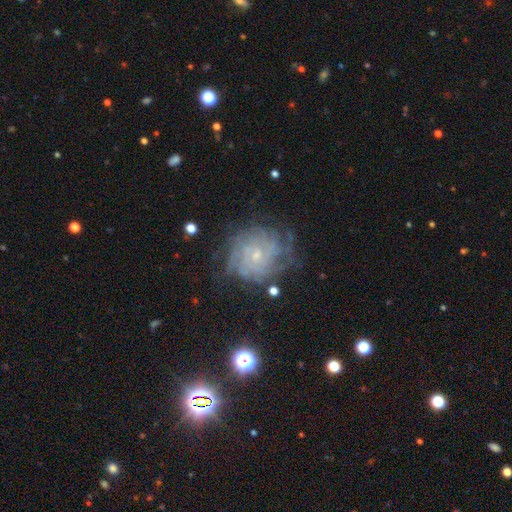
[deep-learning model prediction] Smooth or featured? featured or disk (79%)
Edge-on disk? no (97%)
Bar? no (72%)
Spiral arms? yes (93%)
Spiral winding? tight (73%)
Spiral arm count? can't tell (44%)
Bulge size? small (75%)
Merging? none (69%)